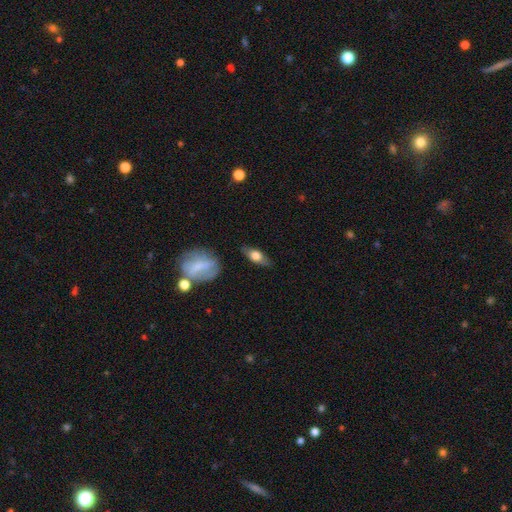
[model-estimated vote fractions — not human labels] smooth 60%, featured or disk 33%, star or artifact 7%. Down the decision tree: how rounded — in between (74%); merging — none (80%).